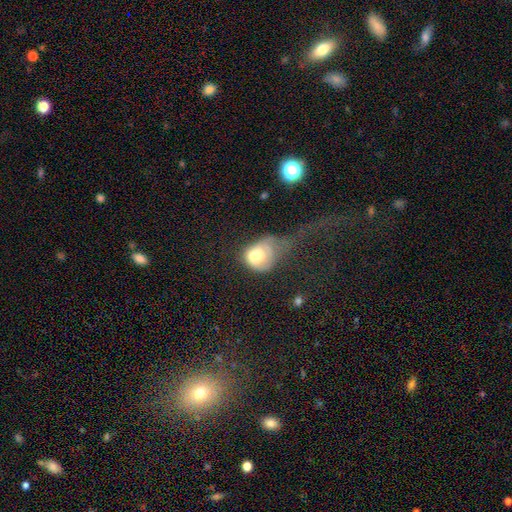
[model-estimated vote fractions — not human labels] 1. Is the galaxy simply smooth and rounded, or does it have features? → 62% smooth, 28% featured or disk, 10% star or artifact.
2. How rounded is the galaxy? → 54% in between, 45% round, 2% cigar-shaped.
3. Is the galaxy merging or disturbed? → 47% major disturbance, 26% merger, 15% minor disturbance, 13% none.